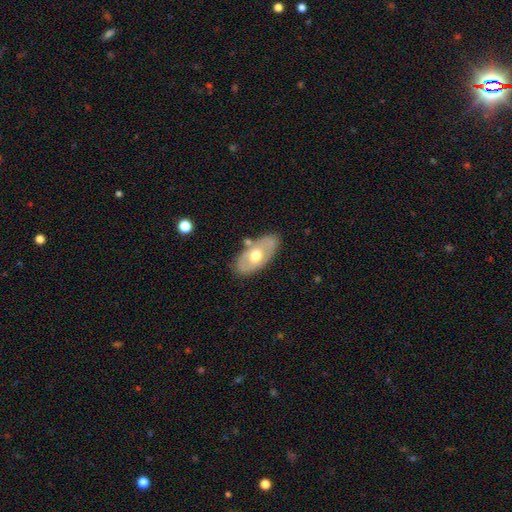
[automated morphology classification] Smooth or featured? featured or disk (49%)
Merging? none (74%)